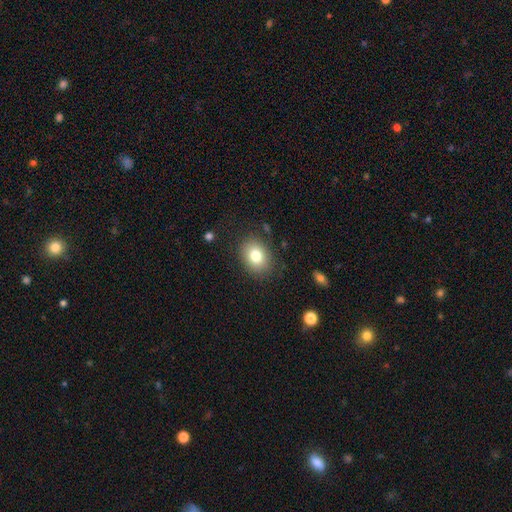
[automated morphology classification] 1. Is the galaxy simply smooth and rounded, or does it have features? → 80% smooth, 11% featured or disk, 10% star or artifact.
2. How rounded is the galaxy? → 59% in between, 40% round, 1% cigar-shaped.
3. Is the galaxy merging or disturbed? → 84% none, 11% minor disturbance, 3% major disturbance, 1% merger.